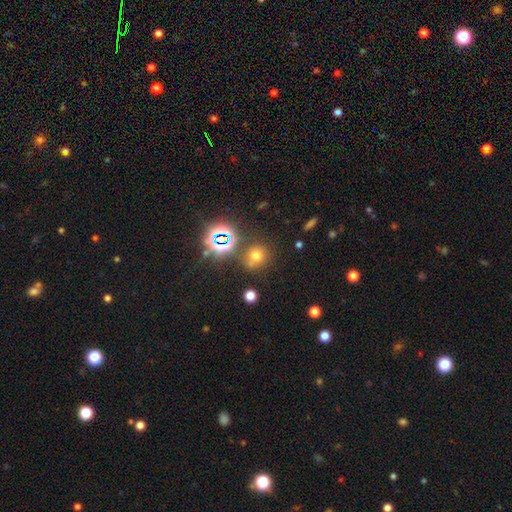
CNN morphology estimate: Smooth or featured: smooth — 59% (star or artifact — 32%)
How rounded: round — 83% (in between — 16%)
Merging: none — 73% (minor disturbance — 12%)